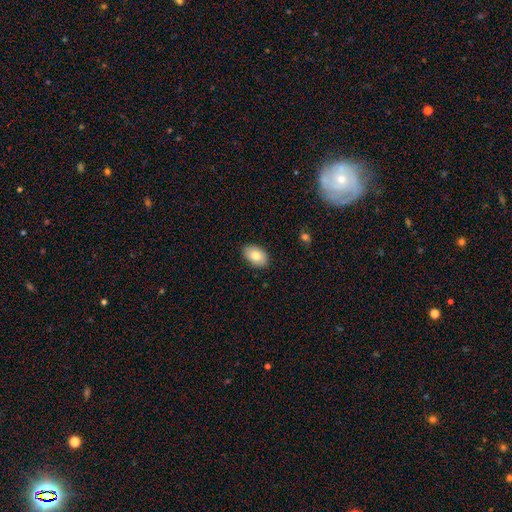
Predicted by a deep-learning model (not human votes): Morphology: type=smooth (81%); roundness=in between (91%); merging=none (88%).